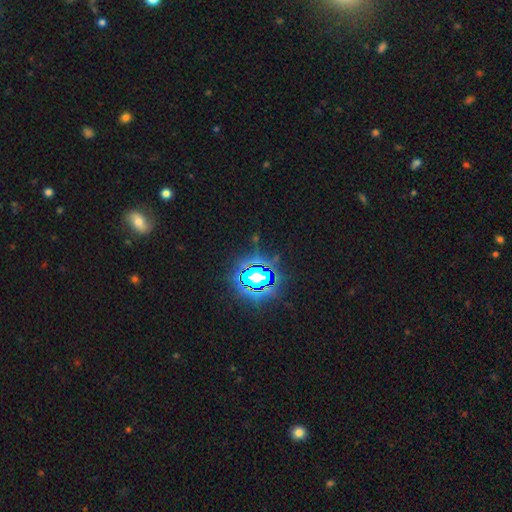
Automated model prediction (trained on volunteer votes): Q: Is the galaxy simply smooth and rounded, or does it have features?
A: star or artifact — 80%.